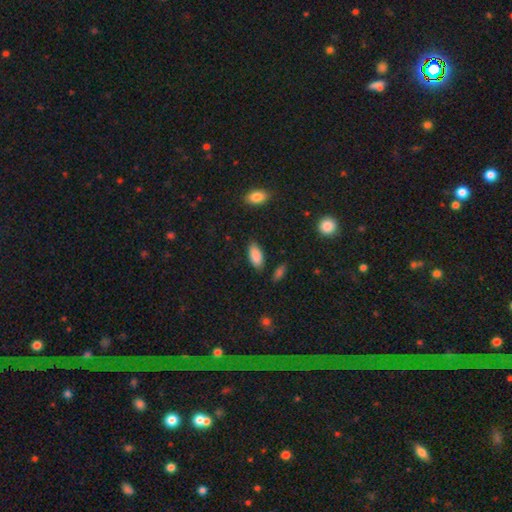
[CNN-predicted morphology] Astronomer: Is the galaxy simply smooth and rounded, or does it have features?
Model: smooth — 88%.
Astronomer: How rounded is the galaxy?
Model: in between — 90%.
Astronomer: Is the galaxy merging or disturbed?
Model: none — 83%.